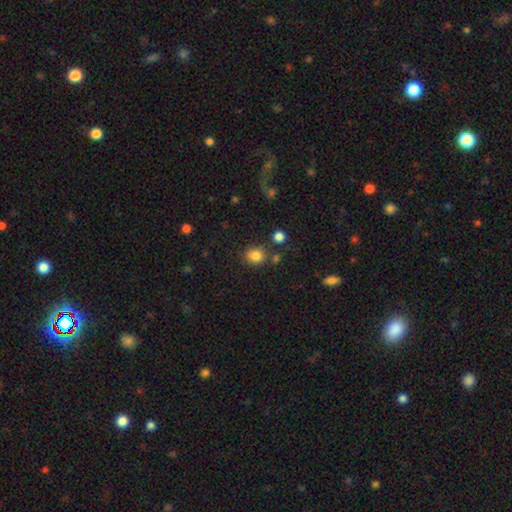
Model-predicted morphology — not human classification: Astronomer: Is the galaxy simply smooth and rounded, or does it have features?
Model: smooth — 79%.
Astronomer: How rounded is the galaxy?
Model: round — 75%.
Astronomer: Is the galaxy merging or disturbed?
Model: none — 65%.